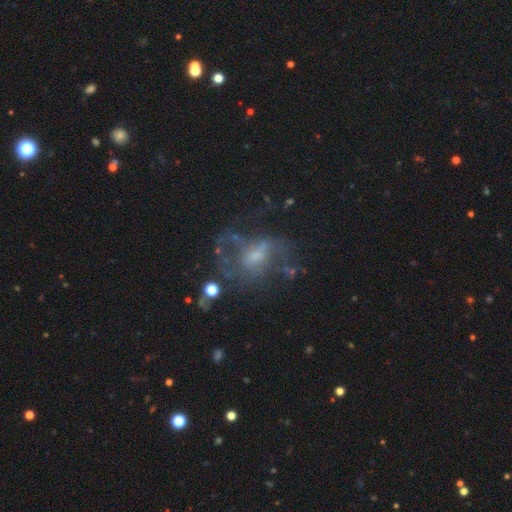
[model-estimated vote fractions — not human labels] Overall: featured or disk (61%; smooth 23%). Edge-on disk: no (96%). Bar: no (50%; weak 39%). Spiral arms: no (55%; yes 45%). Bulge size: small (40%; moderate 31%). Merging: none (39%; major disturbance 36%).